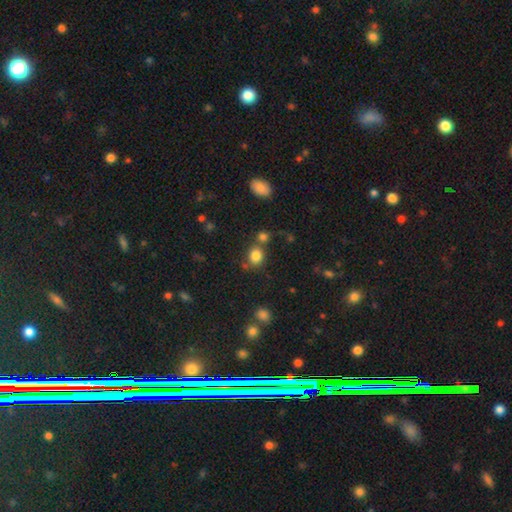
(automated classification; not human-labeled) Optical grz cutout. It shows a smooth galaxy with no disk features (82%) that is round (65%). Merging: none (67%).